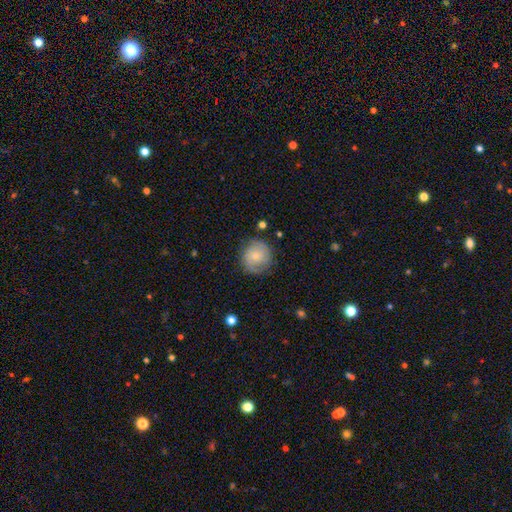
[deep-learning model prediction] Smooth or featured: smooth — 56% (featured or disk — 37%)
How rounded: round — 89% (in between — 10%)
Merging: none — 73% (minor disturbance — 18%)